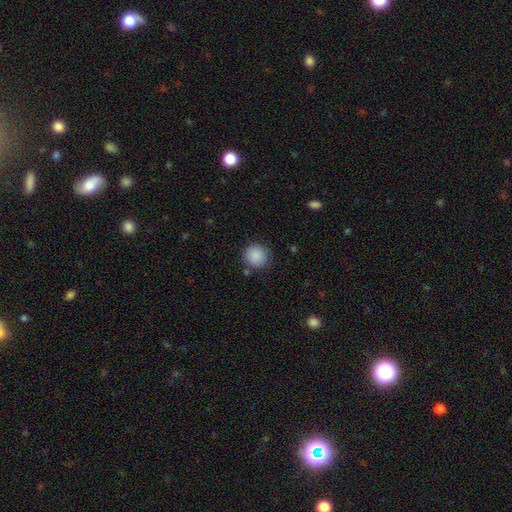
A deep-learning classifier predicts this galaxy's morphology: Smooth or featured? Predicted: smooth (p=0.89). How rounded? Predicted: round (p=0.93). Merging? Predicted: none (p=0.84).